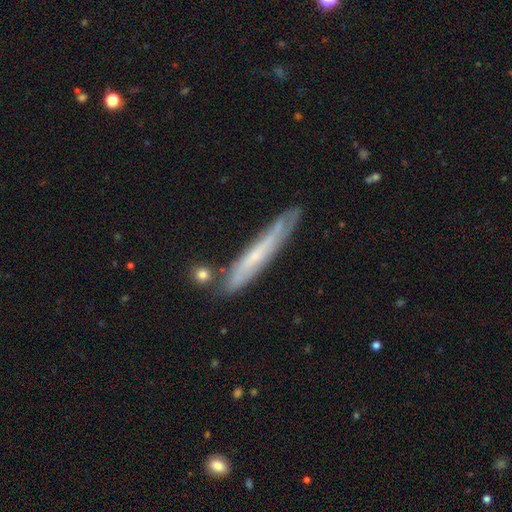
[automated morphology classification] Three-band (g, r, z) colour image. It shows a featured or disk galaxy (55%) viewed edge-on (76%). Merging: none (73%).